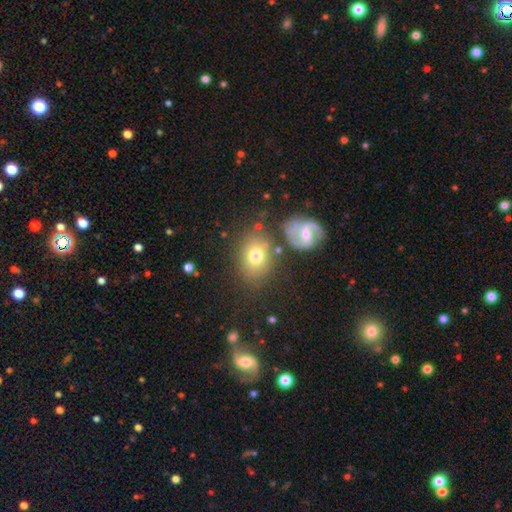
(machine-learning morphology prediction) Smooth or featured? smooth (69%)
How rounded? in between (57%)
Merging? none (68%)